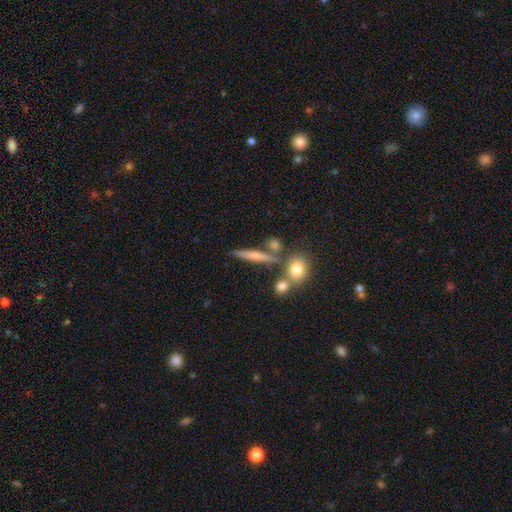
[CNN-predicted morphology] Overall: smooth (51%; featured or disk 39%). How rounded: cigar-shaped (70%). Merging: none (70%).